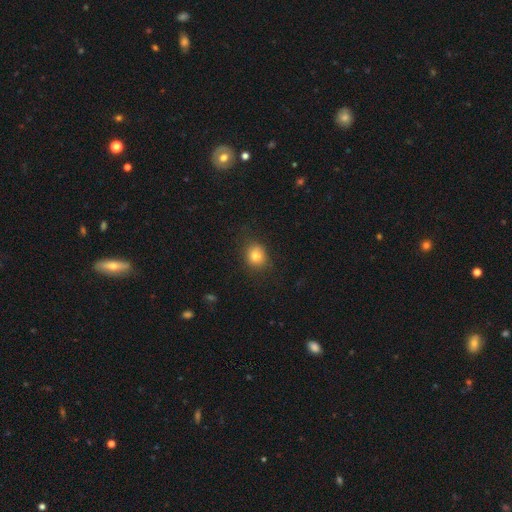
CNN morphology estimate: A smooth galaxy with no disk features (80%) that is round (73%).

Vote fractions:
- Smooth or featured? smooth: 80% / star or artifact: 11% / featured or disk: 9%
- How rounded? round: 73% / in between: 26% / cigar-shaped: 1%
- Merging? none: 82% / minor disturbance: 12% / major disturbance: 4% / merger: 1%